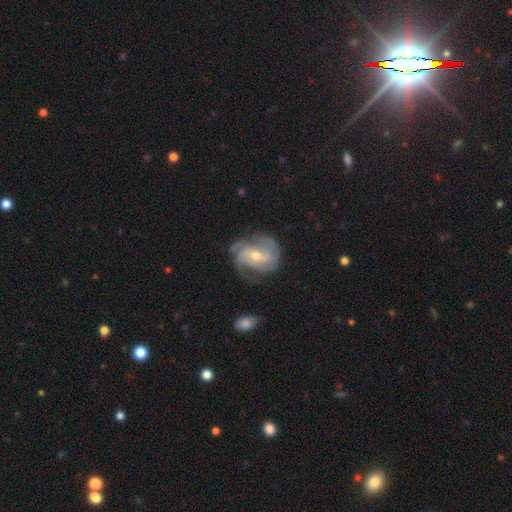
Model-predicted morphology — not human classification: A featured or disk galaxy (86%) with no bar (49%), 3 (46%) tight (44%) spiral arms (96%) and a moderate central bulge (58%). Merging: none (68%).